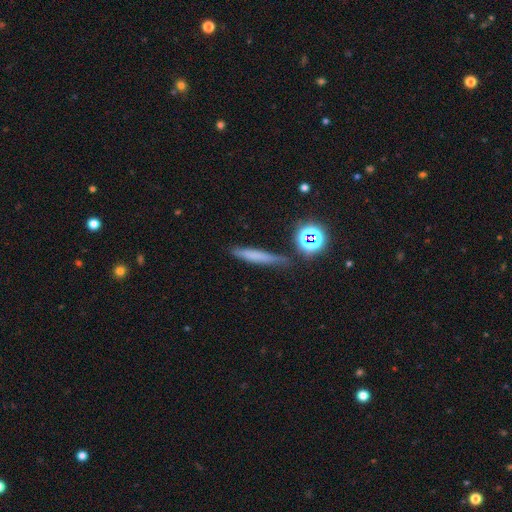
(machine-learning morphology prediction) smooth_or_featured: smooth (p=0.62) [alt: featured or disk p=0.24]
how_rounded: cigar-shaped (p=0.89) [alt: in between p=0.06]
merging: none (p=0.80) [alt: minor disturbance p=0.13]